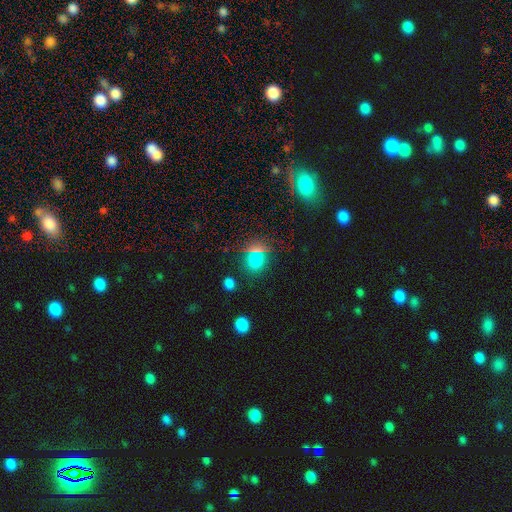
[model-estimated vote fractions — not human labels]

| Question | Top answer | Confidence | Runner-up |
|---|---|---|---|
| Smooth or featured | smooth | 67% | star or artifact (26%) |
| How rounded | round | 68% | in between (30%) |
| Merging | none | 78% | minor disturbance (11%) |